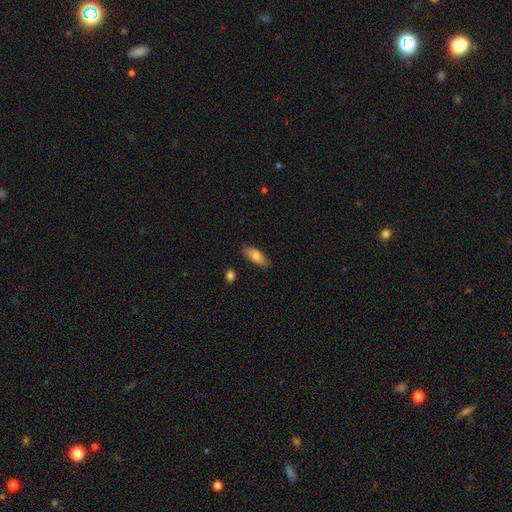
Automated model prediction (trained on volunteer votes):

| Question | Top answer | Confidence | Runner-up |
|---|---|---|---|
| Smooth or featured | smooth | 78% | featured or disk (15%) |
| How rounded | in between | 76% | cigar-shaped (22%) |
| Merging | none | 79% | minor disturbance (16%) |